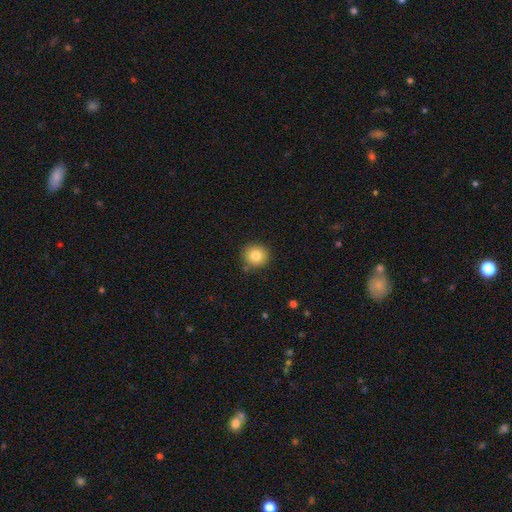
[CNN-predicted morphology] Smooth or featured? smooth (81%)
How rounded? round (92%)
Merging? none (86%)